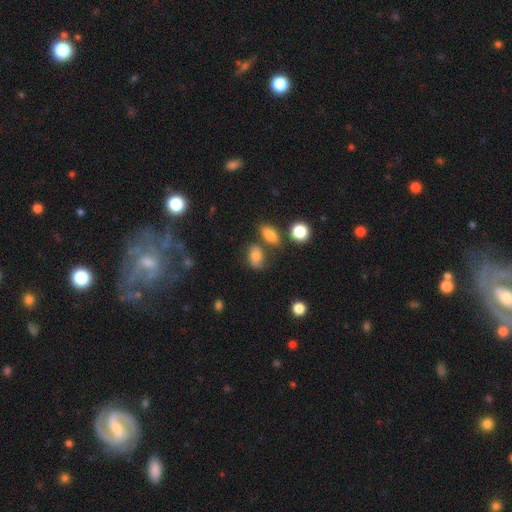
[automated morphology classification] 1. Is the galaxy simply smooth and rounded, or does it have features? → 77% smooth, 12% featured or disk, 11% star or artifact.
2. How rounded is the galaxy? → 79% in between, 18% round, 3% cigar-shaped.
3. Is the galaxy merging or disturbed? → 58% none, 21% minor disturbance, 14% merger, 7% major disturbance.